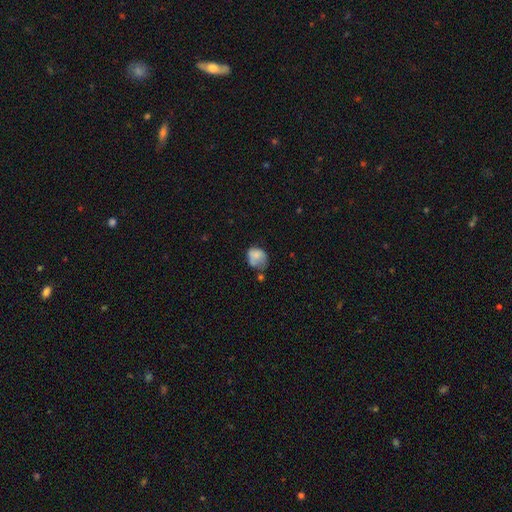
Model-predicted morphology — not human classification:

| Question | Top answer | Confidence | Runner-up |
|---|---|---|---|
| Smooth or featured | smooth | 73% | featured or disk (18%) |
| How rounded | round | 52% | in between (47%) |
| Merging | none | 36% | minor disturbance (34%) |